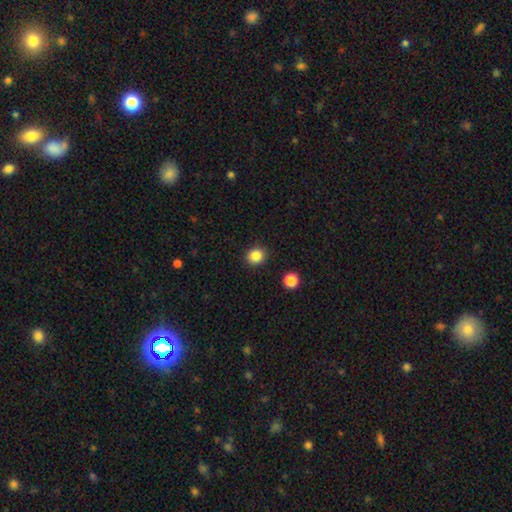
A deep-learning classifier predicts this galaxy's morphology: Smooth or featured? smooth (85%)
How rounded? round (86%)
Merging? none (91%)